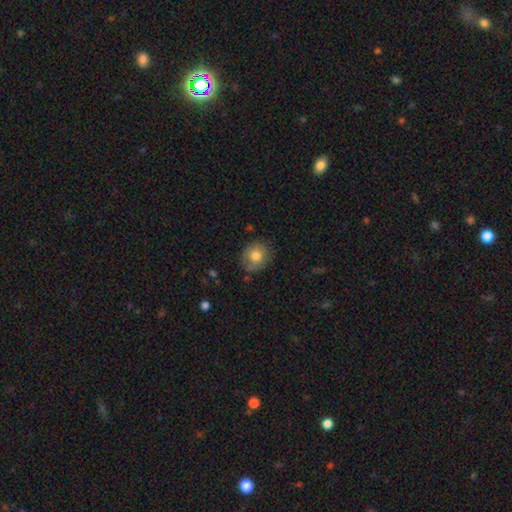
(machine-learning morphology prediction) type=smooth (77%); roundness=round (75%); merging=none (76%).